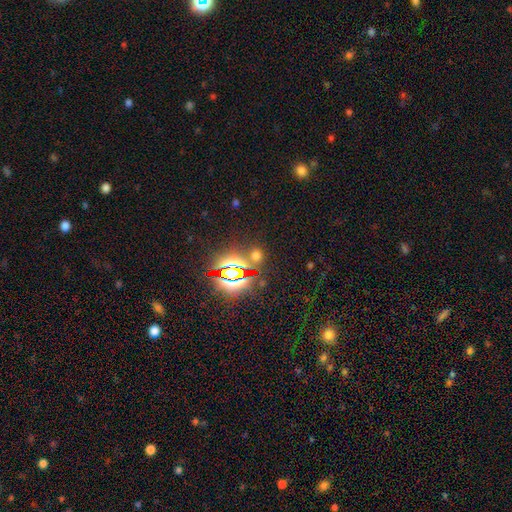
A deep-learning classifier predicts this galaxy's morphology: The model was most divided on "smooth or featured": star or artifact: 53%, smooth: 40%, featured or disk: 6%.